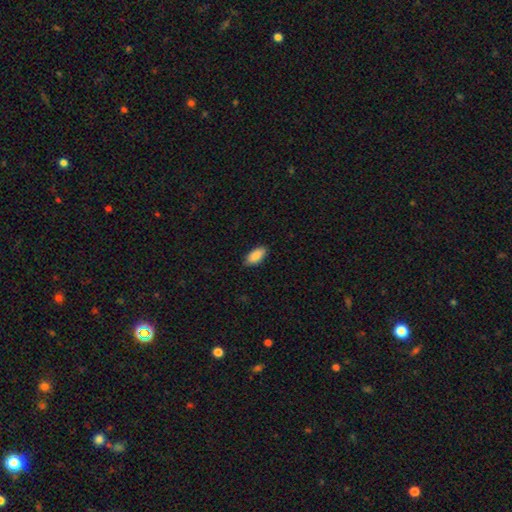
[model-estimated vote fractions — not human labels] Smooth or featured? smooth (90%)
How rounded? in between (91%)
Merging? none (87%)